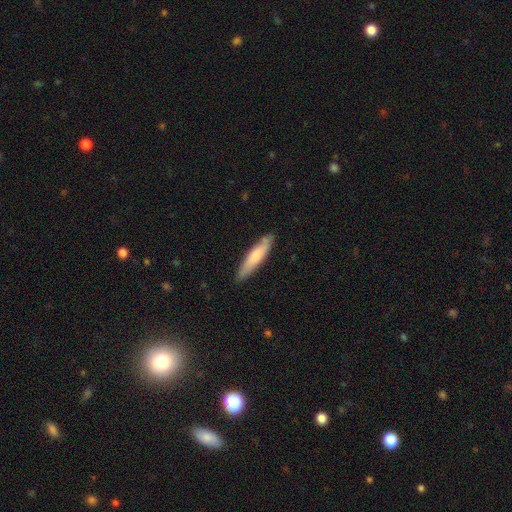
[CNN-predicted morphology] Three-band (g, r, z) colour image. It shows a smooth galaxy with no disk features (72%) that is cigar-shaped (84%). Merging: none (86%).